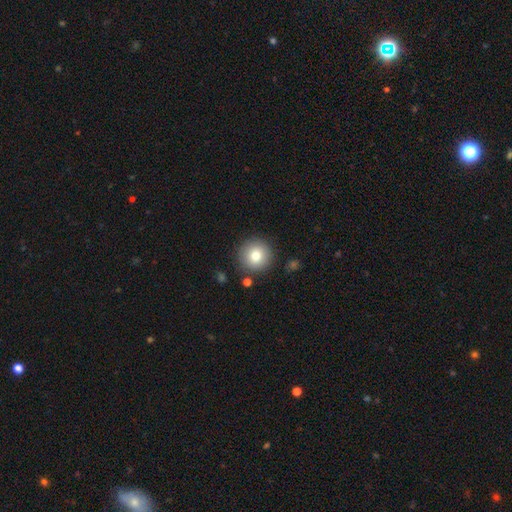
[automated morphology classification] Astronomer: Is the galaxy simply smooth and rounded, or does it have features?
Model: smooth — 79%.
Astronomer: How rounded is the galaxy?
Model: round — 96%.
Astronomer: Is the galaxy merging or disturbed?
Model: none — 88%.